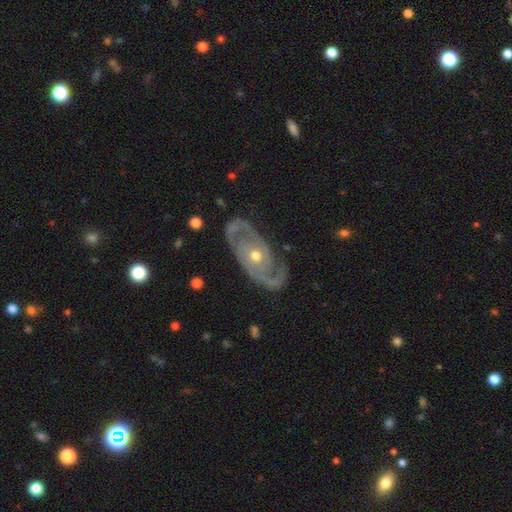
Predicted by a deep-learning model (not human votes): This is clearly a featured or disk galaxy (89%). It is clearly not viewed edge-on (95%). Bar: clearly no (80%). Spiral arm pattern: clearly yes (93%). Spiral arm count: clearly 2 (84%). Spiral winding: possibly tight (51%). Central bulge: likely moderate (65%). Merging: likely none (79%).